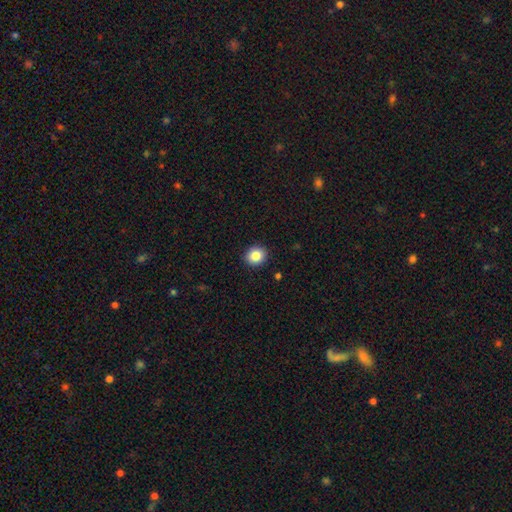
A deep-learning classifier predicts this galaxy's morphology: This appears to be a smooth galaxy with no disk features (84%) that is round (78%). Merging: none (91%).